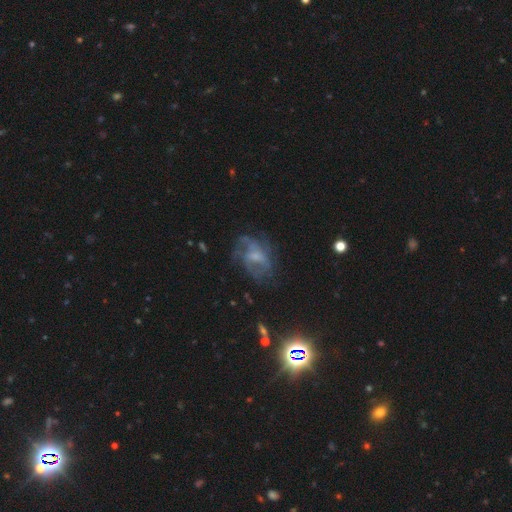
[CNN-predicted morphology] A featured or disk galaxy (67%) with no bar (52%), spiral arms (71%) and a small central bulge (40%).

Vote fractions:
- Smooth or featured? featured or disk: 67% / smooth: 20% / star or artifact: 13%
- Edge-on disk? no: 96% / yes: 4%
- Bar? no: 52% / weak: 40% / strong: 9%
- Spiral arms? yes: 71% / no: 29%
- Bulge size? small: 40% / moderate: 33% / none: 21% / large: 4% / dominant: 1%
- Merging? none: 52% / major disturbance: 24% / minor disturbance: 21% / merger: 3%